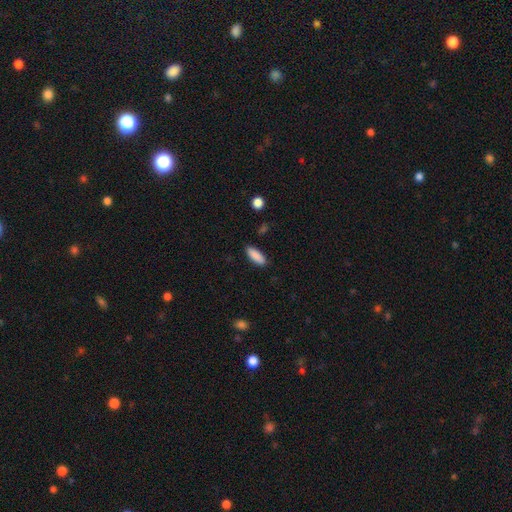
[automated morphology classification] The model was most divided on "how rounded": in between: 64%, cigar-shaped: 34%, round: 2%. More confident: smooth or featured — smooth (89%); merging — none (88%).